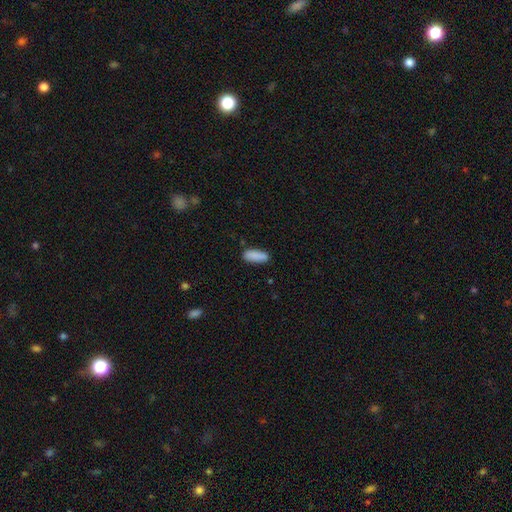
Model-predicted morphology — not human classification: Smooth or featured: smooth — 89% (star or artifact — 7%)
How rounded: in between — 72% (cigar-shaped — 26%)
Merging: none — 84% (minor disturbance — 12%)